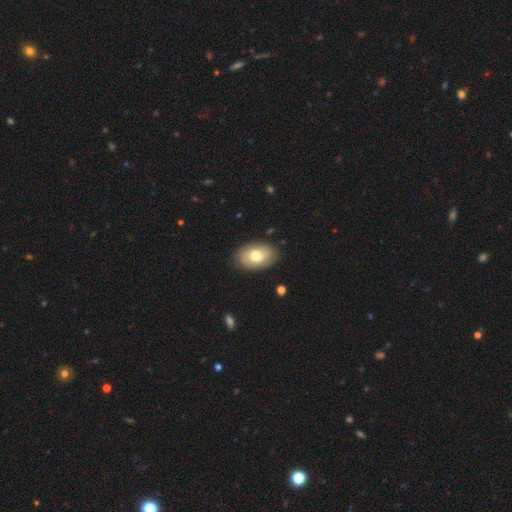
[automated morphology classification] A smooth galaxy with no disk features (70%) that is in between round and cigar-shaped (88%).

Vote fractions:
- Smooth or featured? smooth: 70% / featured or disk: 23% / star or artifact: 7%
- How rounded? in between: 88% / round: 11% / cigar-shaped: 1%
- Merging? none: 85% / minor disturbance: 11% / major disturbance: 3% / merger: 1%